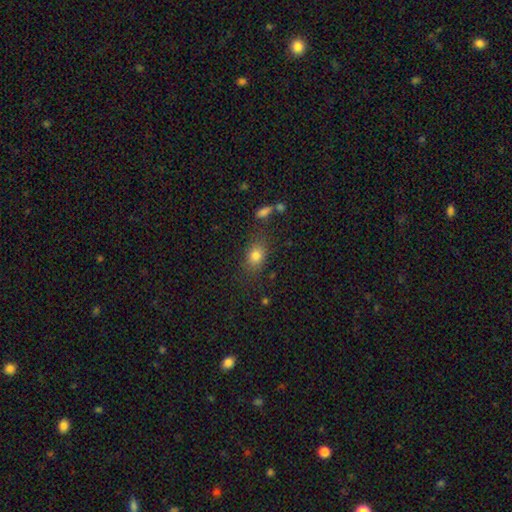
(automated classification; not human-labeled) smooth_or_featured: smooth (p=0.79) [alt: star or artifact p=0.12]
how_rounded: in between (p=0.65) [alt: round p=0.32]
merging: none (p=0.75) [alt: minor disturbance p=0.15]